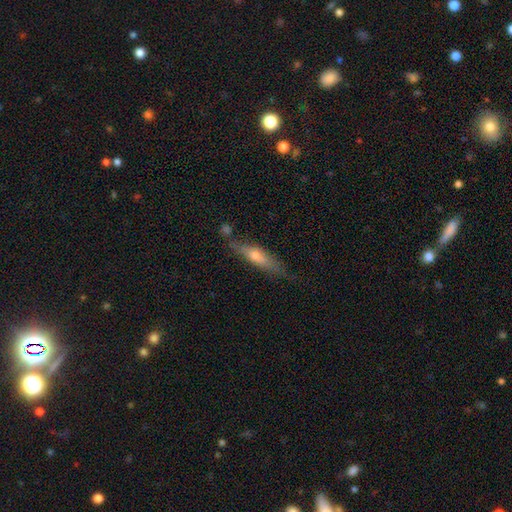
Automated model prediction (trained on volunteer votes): smooth_or_featured: featured or disk (p=0.49) [alt: smooth p=0.44]
merging: none (p=0.70) [alt: minor disturbance p=0.19]